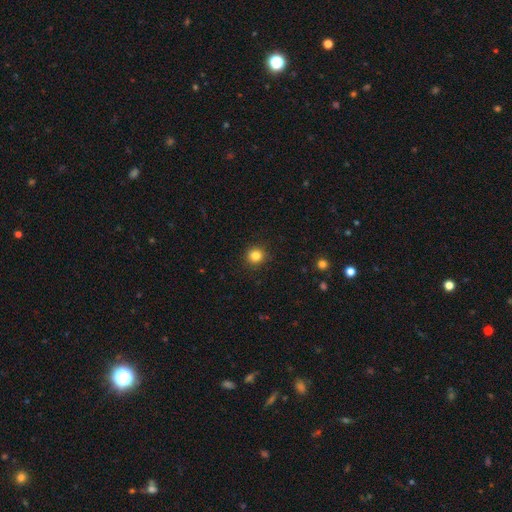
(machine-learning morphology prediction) This appears to be a smooth galaxy with no disk features (84%) that is round (92%). Merging: none (92%).